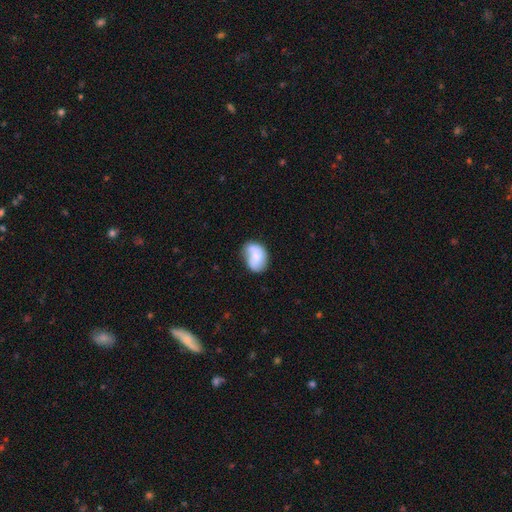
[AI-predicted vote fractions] A smooth galaxy with no disk features (63%) that is in between round and cigar-shaped (74%). Merging: none (47%).